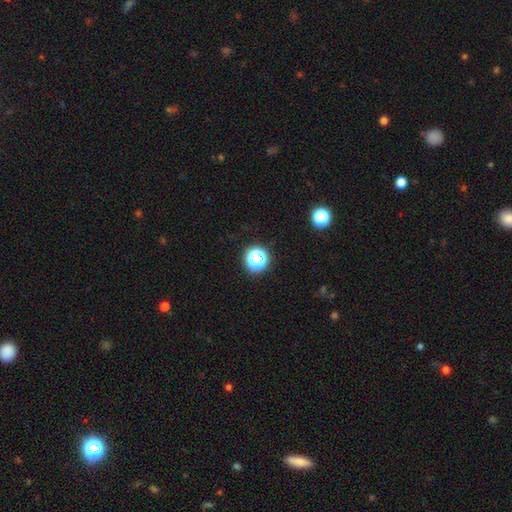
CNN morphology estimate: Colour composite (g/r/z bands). It shows a smooth galaxy with no disk features (49%). Merging: none (78%).